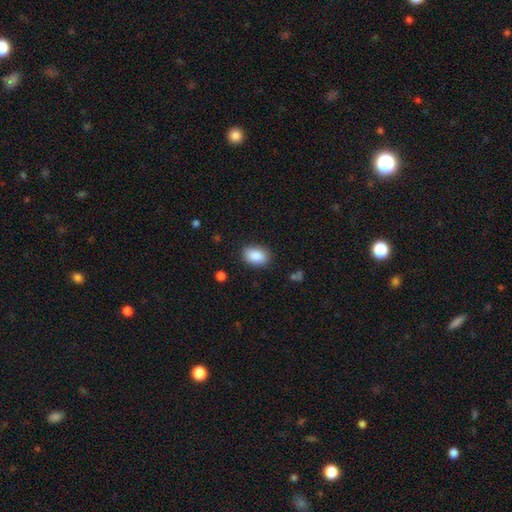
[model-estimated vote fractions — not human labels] This is clearly a smooth galaxy (88%). How rounded: clearly in between (87%). Merging: clearly none (85%).